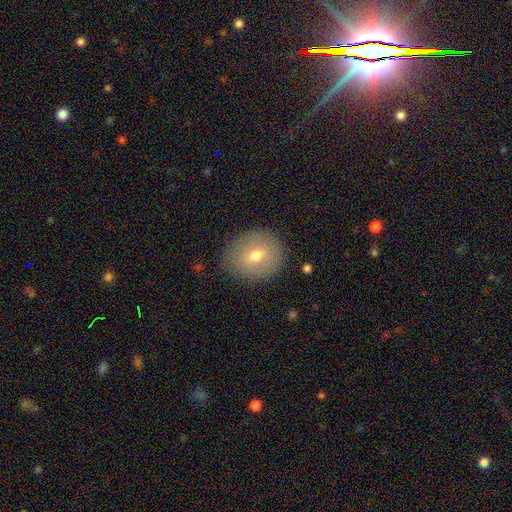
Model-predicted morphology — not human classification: smooth_or_featured: smooth (p=0.62) [alt: featured or disk p=0.27]
how_rounded: round (p=0.76) [alt: in between p=0.23]
merging: none (p=0.85) [alt: minor disturbance p=0.11]